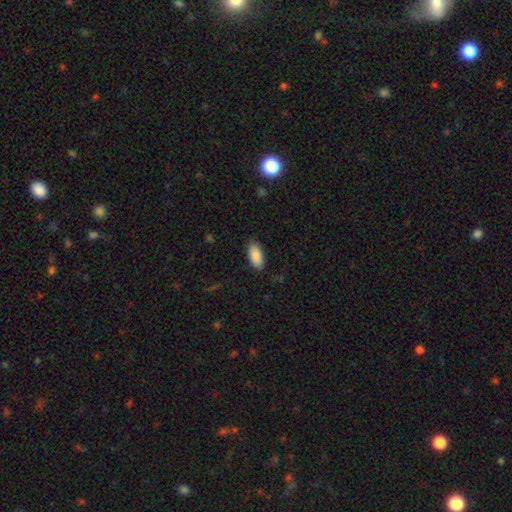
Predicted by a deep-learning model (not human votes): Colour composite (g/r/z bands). It shows a smooth galaxy with no disk features (89%) that is in between round and cigar-shaped (92%). Merging: none (85%).